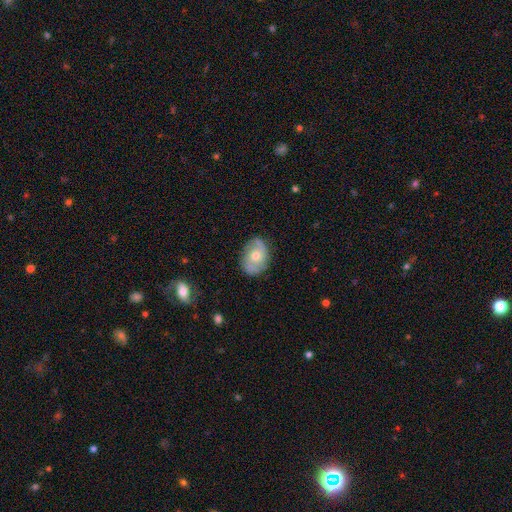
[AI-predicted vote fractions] Smooth or featured? Predicted: featured or disk (p=0.56). Edge-on disk? Predicted: no (p=0.96). Bar? Predicted: no (p=0.73). Spiral arms? Predicted: yes (p=0.77). Bulge size? Predicted: moderate (p=0.67). Merging? Predicted: none (p=0.76).